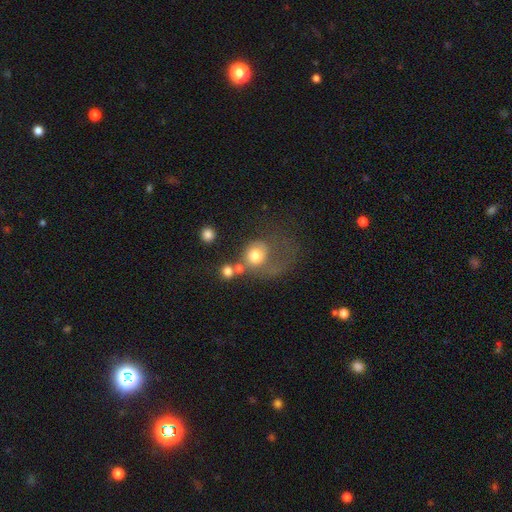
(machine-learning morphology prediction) This appears to be a smooth galaxy with no disk features (66%) that is round (70%). Merging: major disturbance (43%).